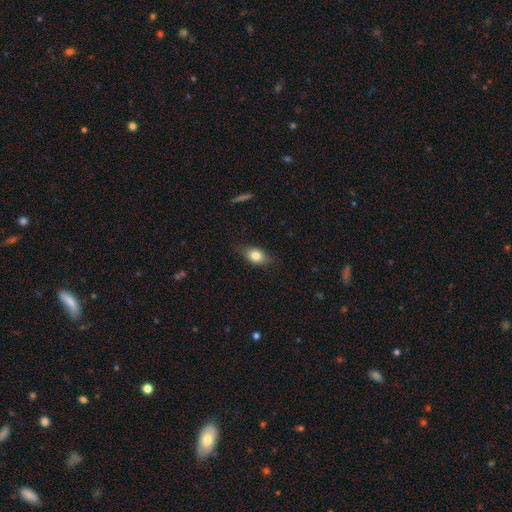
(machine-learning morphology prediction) smooth 79%, featured or disk 12%, star or artifact 8%. Down the decision tree: how rounded — in between (75%); merging — none (78%).